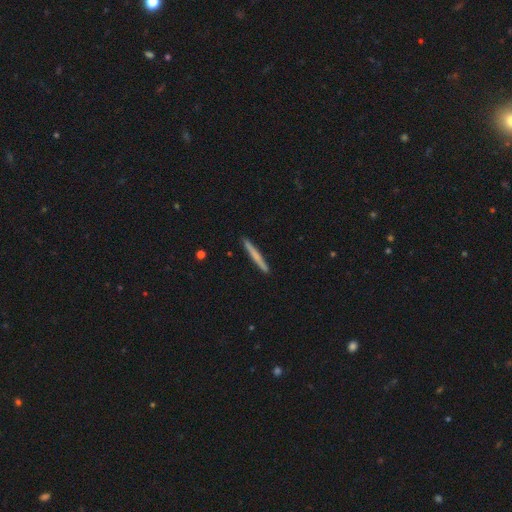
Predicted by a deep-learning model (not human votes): Q: Smooth or featured?
A: smooth (59%); runner-up: featured or disk (36%)
Q: How rounded?
A: cigar-shaped (97%); runner-up: in between (2%)
Q: Merging?
A: none (92%); runner-up: minor disturbance (6%)